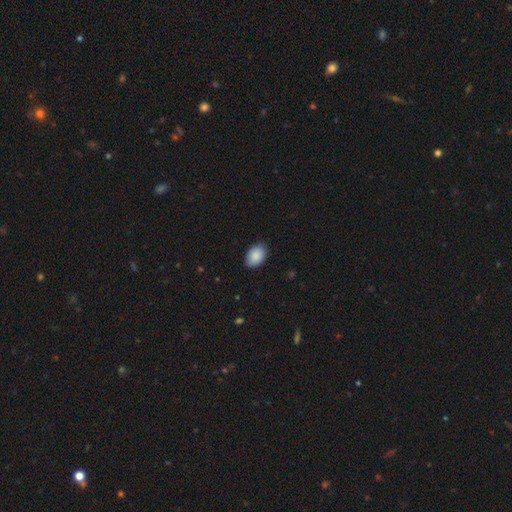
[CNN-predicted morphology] The model was most divided on "merging": none: 86%, minor disturbance: 11%, major disturbance: 2%, merger: 1%. More confident: smooth or featured — smooth (89%); how rounded — in between (88%).